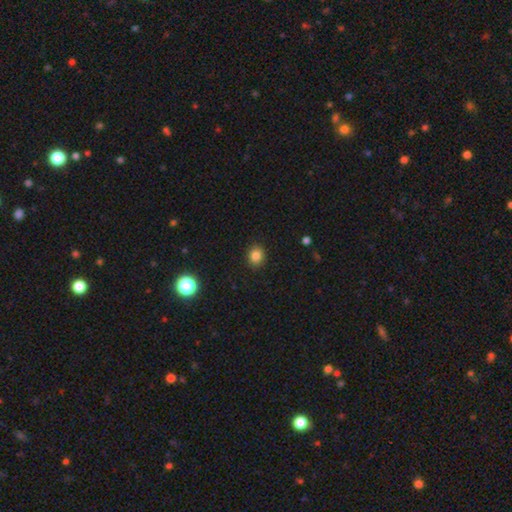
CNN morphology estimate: smooth 83%, star or artifact 12%, featured or disk 5%. Down the decision tree: how rounded — round (75%); merging — none (90%).